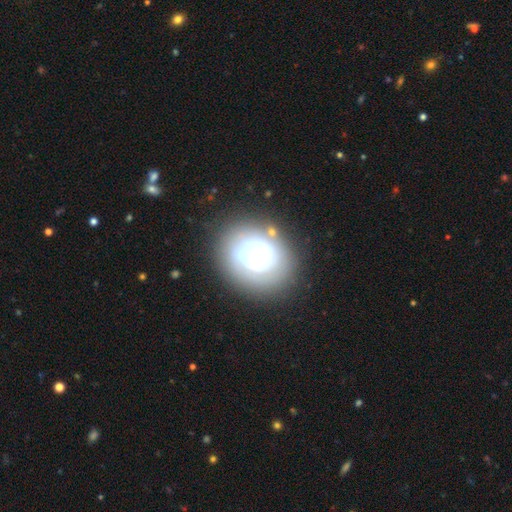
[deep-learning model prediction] featured or disk 52%, smooth 35%, star or artifact 13%. Down the decision tree: edge-on disk — no (96%); bar — no (72%); spiral arms — no (62%); bulge size — large (37%); merging — none (60%).